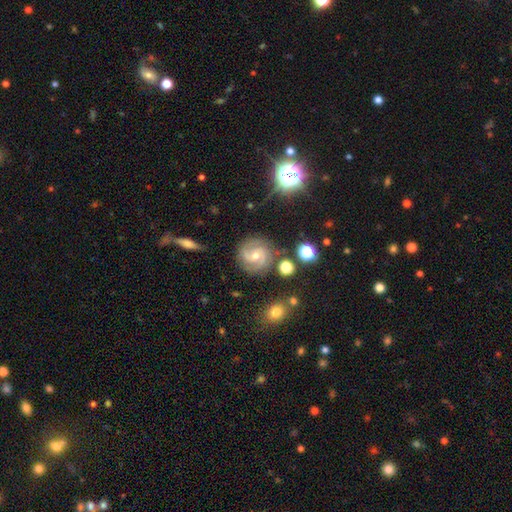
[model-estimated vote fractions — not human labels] The model was most divided on "bulge size": small: 51%, moderate: 46%, large: 2%, none: 1%, dominant: 1%. Remaining: edge-on disk — no (97%); spiral arms — yes (97%); smooth or featured — featured or disk (81%); merging — none (79%); spiral arm count — 2 (62%); bar — no (53%); spiral winding — tight (48%).